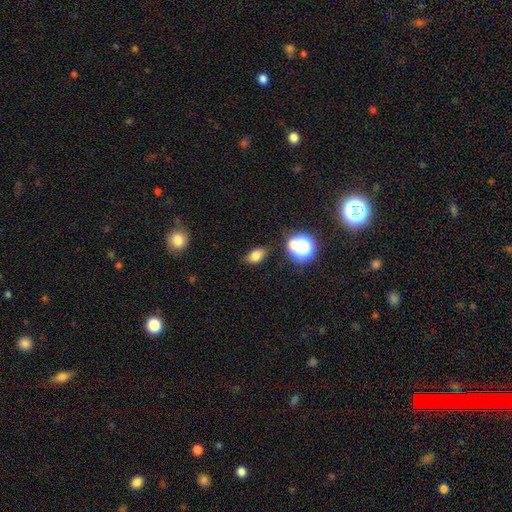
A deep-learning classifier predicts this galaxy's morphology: The model was most divided on "smooth or featured": smooth: 75%, star or artifact: 17%, featured or disk: 9%. More confident: how rounded — in between (80%); merging — none (78%).